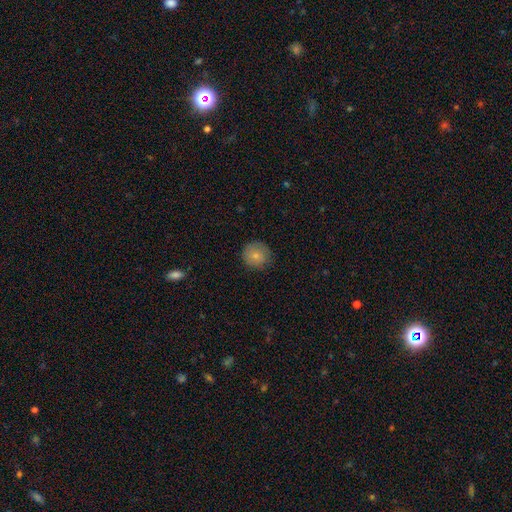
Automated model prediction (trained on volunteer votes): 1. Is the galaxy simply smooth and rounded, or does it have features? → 79% smooth, 11% featured or disk, 9% star or artifact.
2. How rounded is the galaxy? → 93% round, 6% in between, 1% cigar-shaped.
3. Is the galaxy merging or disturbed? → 82% none, 14% minor disturbance, 3% major disturbance, 1% merger.